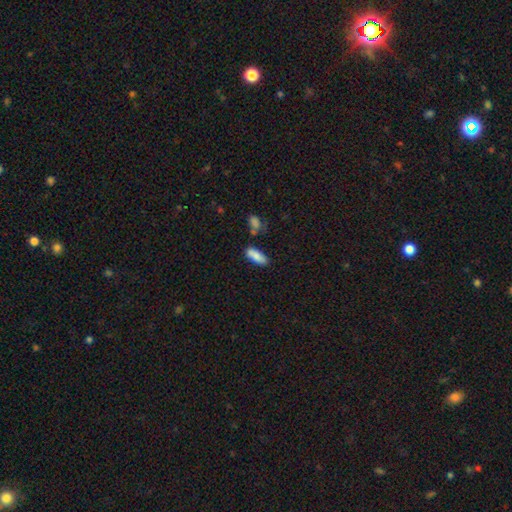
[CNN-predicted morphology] Smooth or featured? Predicted: smooth (p=0.81). How rounded? Predicted: in between (p=0.74). Merging? Predicted: none (p=0.63).